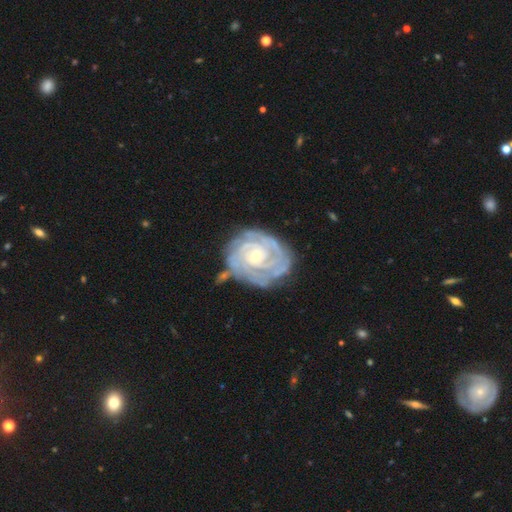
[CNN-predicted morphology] Q: Smooth or featured?
A: featured or disk (89%); runner-up: smooth (6%)
Q: Edge-on disk?
A: no (97%); runner-up: yes (3%)
Q: Bar?
A: no (62%); runner-up: weak (30%)
Q: Spiral arms?
A: yes (98%); runner-up: no (2%)
Q: Spiral winding?
A: tight (84%); runner-up: medium (14%)
Q: Spiral arm count?
A: 3 (25%); tied with: can't tell (25%)
Q: Bulge size?
A: small (62%); runner-up: moderate (35%)
Q: Merging?
A: none (69%); runner-up: minor disturbance (20%)